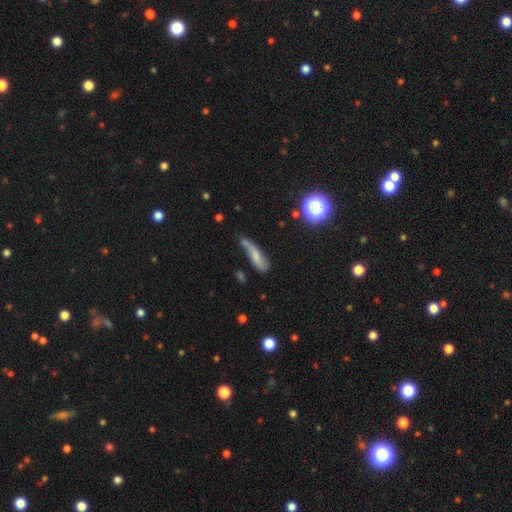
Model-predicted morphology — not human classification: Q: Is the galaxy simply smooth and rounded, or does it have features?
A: smooth — 55%.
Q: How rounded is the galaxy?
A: cigar-shaped — 62%.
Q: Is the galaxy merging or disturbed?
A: none — 36%.